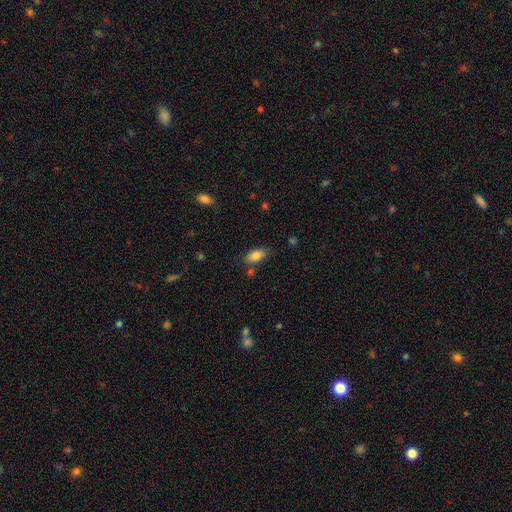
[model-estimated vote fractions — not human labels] The model was most divided on "merging": none: 76%, minor disturbance: 15%, merger: 6%, major disturbance: 3%. More confident: how rounded — in between (90%); smooth or featured — smooth (84%).